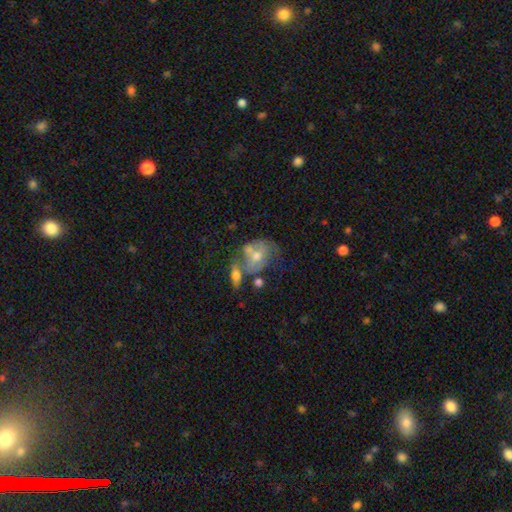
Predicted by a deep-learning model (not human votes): featured or disk 58%, smooth 32%, star or artifact 10%. Down the decision tree: edge-on disk — no (95%); bar — no (70%); spiral arms — yes (53%); bulge size — moderate (59%); merging — merger (38%).